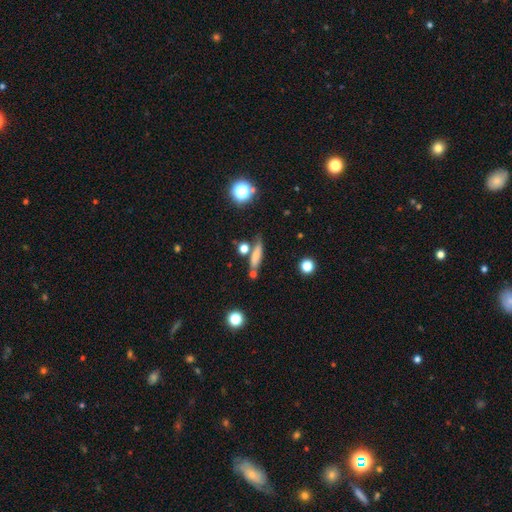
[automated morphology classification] Smooth or featured?
  - smooth: 66% *
  - featured or disk: 23%
  - star or artifact: 11%
How rounded?
  - cigar-shaped: 71% *
  - in between: 24%
  - round: 5%
Merging?
  - none: 65% *
  - minor disturbance: 16%
  - merger: 13%
  - major disturbance: 5%